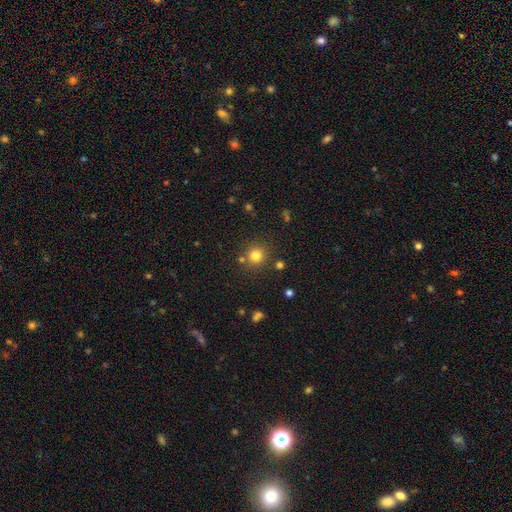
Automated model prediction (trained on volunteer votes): This appears to be a smooth galaxy with no disk features (79%) that is round (93%). Merging: none (83%).